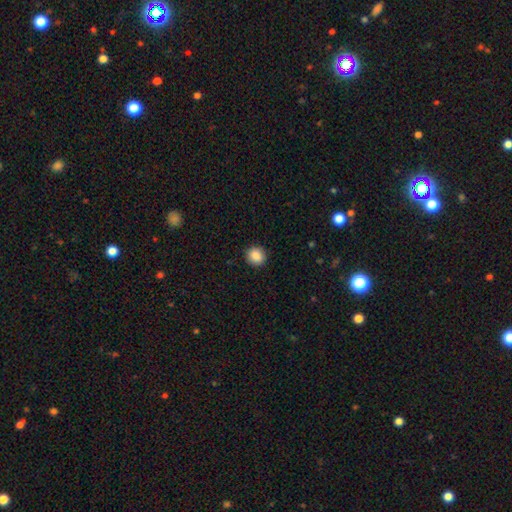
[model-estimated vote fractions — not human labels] This is clearly a smooth galaxy (88%). How rounded: clearly round (84%). Merging: clearly none (91%).